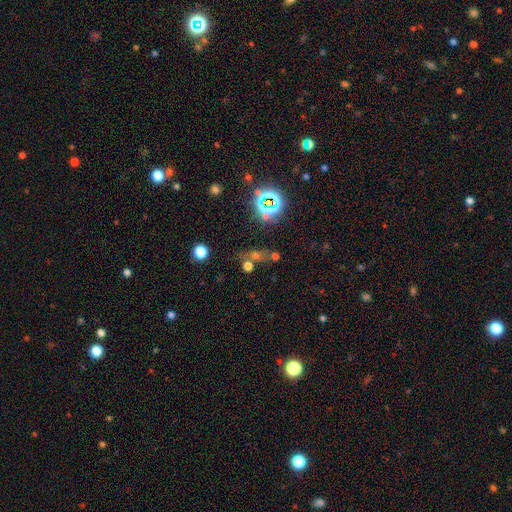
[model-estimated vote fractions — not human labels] star or artifact 52%, smooth 34%, featured or disk 14%.